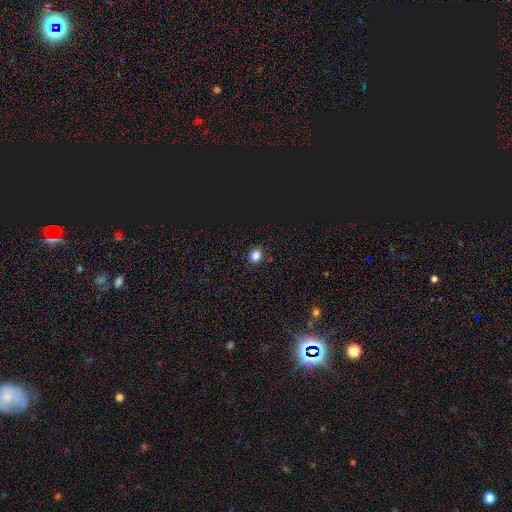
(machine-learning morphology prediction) Smooth or featured? smooth (80%)
How rounded? round (76%)
Merging? none (89%)